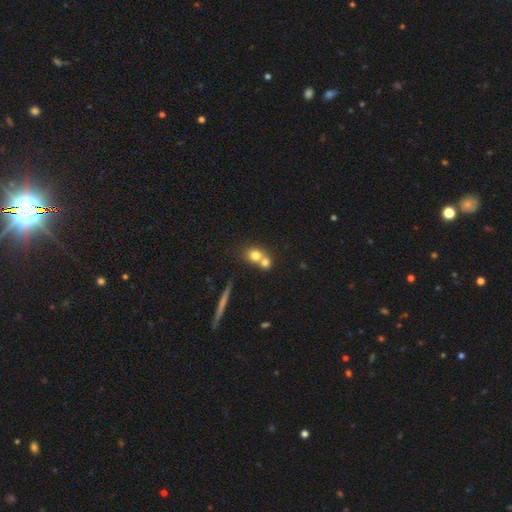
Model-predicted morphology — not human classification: Q: Smooth or featured?
A: smooth (71%); runner-up: featured or disk (17%)
Q: How rounded?
A: round (76%); runner-up: in between (21%)
Q: Merging?
A: merger (56%); runner-up: none (36%)